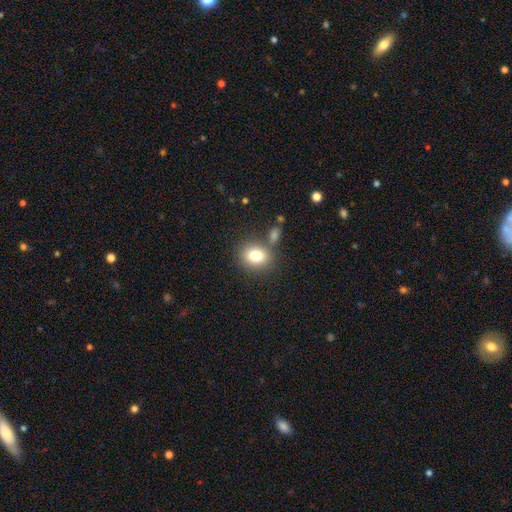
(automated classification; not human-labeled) A smooth galaxy with no disk features (80%) that is round (56%). Merging: none (70%).